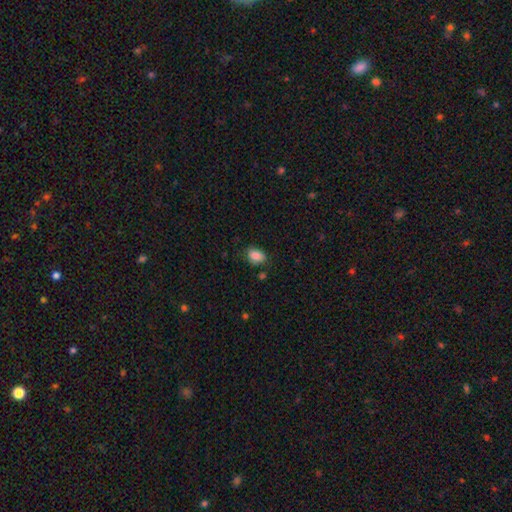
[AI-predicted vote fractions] The model was most divided on "how rounded": in between: 74%, round: 25%, cigar-shaped: 1%. More confident: smooth or featured — smooth (86%); merging — none (76%).